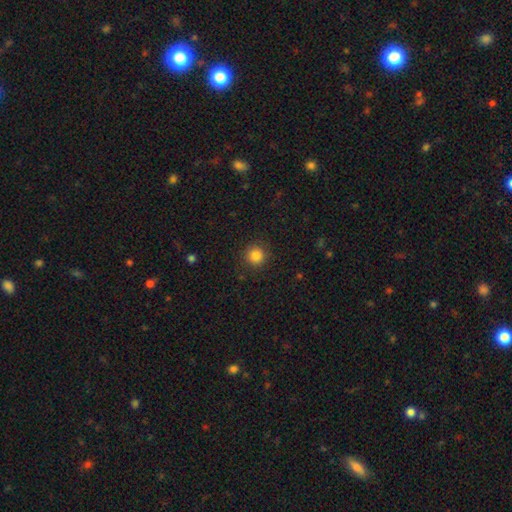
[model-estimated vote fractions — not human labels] A smooth galaxy with no disk features (84%) that is round (95%). Merging: none (91%).